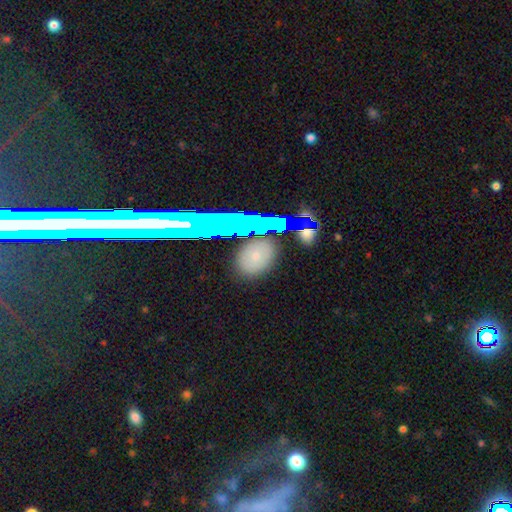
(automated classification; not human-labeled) Smooth or featured? Predicted: smooth (p=0.59). How rounded? Predicted: in between (p=0.63). Merging? Predicted: none (p=0.78).